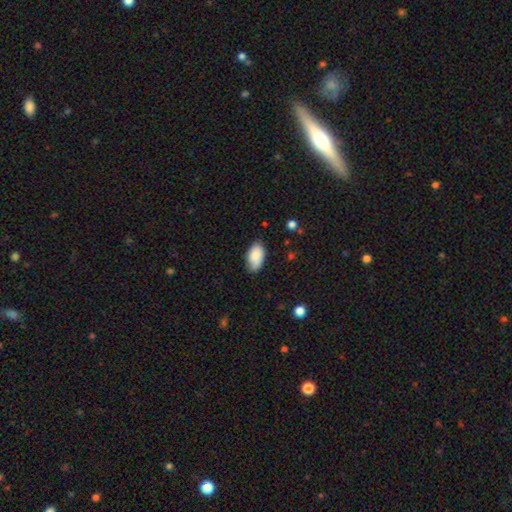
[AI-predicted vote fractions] Overall: smooth (85%). How rounded: in between (94%). Merging: none (71%).